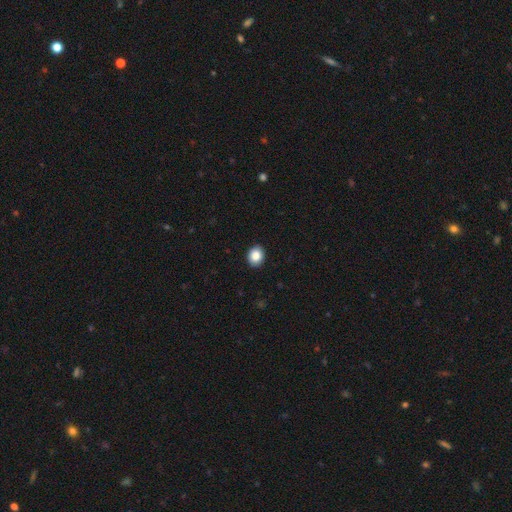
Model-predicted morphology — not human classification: A smooth galaxy with no disk features (86%) that is round (54%). Merging: none (91%).